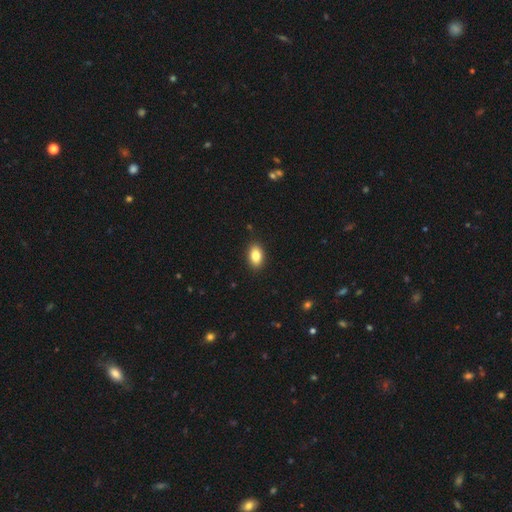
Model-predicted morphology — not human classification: Overall: smooth (84%). How rounded: in between (89%). Merging: none (89%).